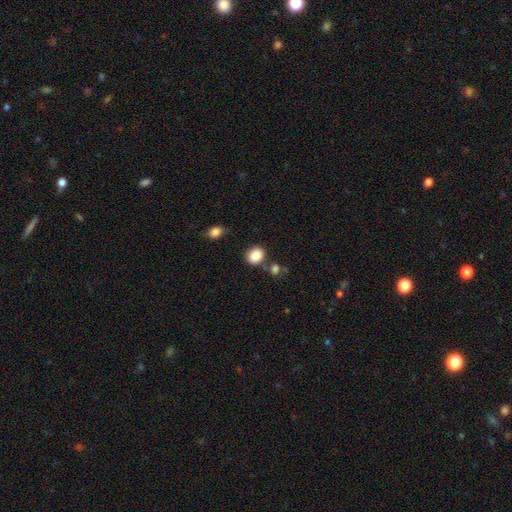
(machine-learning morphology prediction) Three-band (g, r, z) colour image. It shows a smooth galaxy with no disk features (87%) that is round (64%). Merging: none (72%).